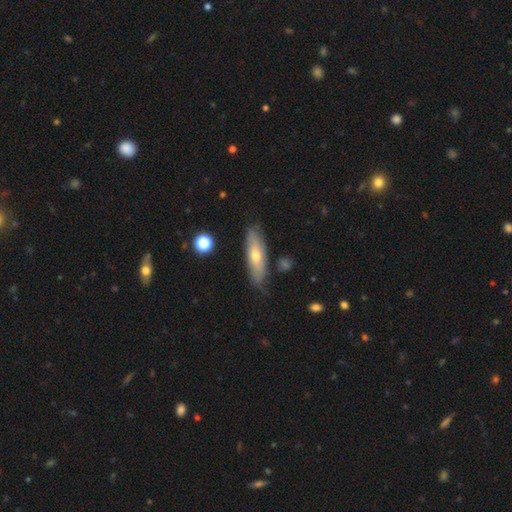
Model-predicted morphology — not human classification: Smooth or featured: smooth — 55% (featured or disk — 39%)
How rounded: cigar-shaped — 56% (in between — 41%)
Merging: none — 78% (minor disturbance — 17%)